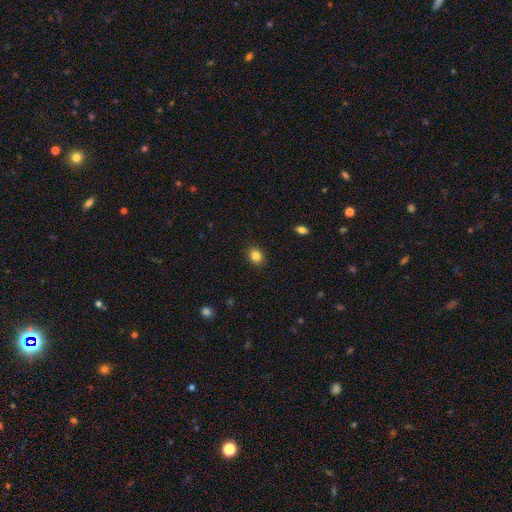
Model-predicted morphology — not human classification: Smooth or featured: smooth — 85% (star or artifact — 11%)
How rounded: round — 66% (in between — 33%)
Merging: none — 90% (minor disturbance — 7%)